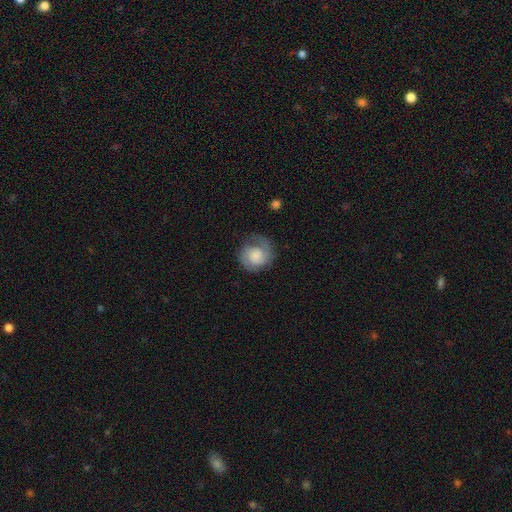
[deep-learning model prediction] This is likely a featured or disk galaxy (66%). It is clearly not viewed edge-on (98%). Bar: likely no (67%). Spiral arm pattern: clearly yes (94%). Spiral arm count: likely 2 (72%). Spiral winding: marginally tight (43%). Central bulge: marginally none (27%). Merging: likely none (70%).